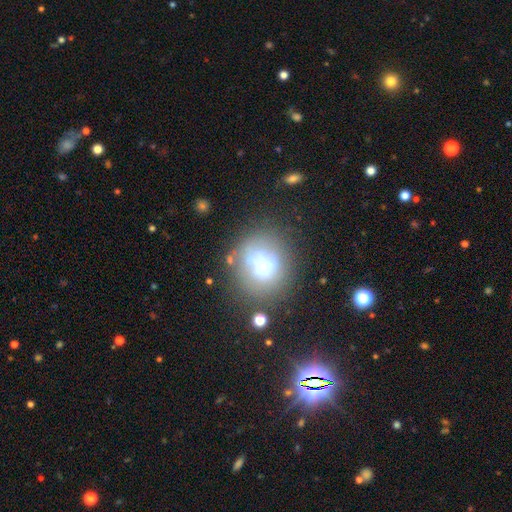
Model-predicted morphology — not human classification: This is possibly a smooth galaxy (54%). How rounded: likely round (76%). Merging: likely none (62%).